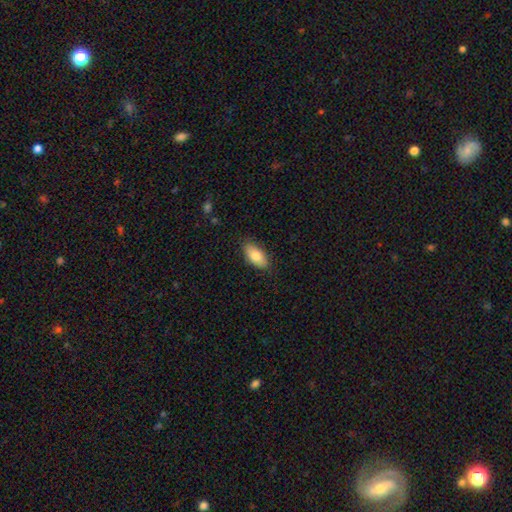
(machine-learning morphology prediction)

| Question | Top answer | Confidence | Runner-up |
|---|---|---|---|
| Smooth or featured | smooth | 82% | featured or disk (12%) |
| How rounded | in between | 91% | cigar-shaped (6%) |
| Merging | none | 83% | minor disturbance (13%) |